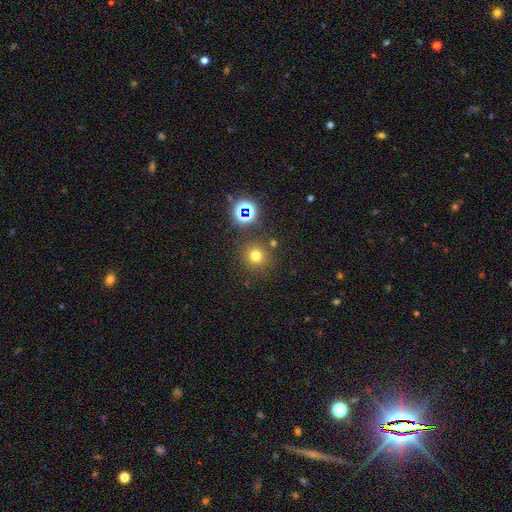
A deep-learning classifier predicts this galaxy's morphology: This appears to be a smooth galaxy with no disk features (69%) that is round (93%). Merging: none (84%).